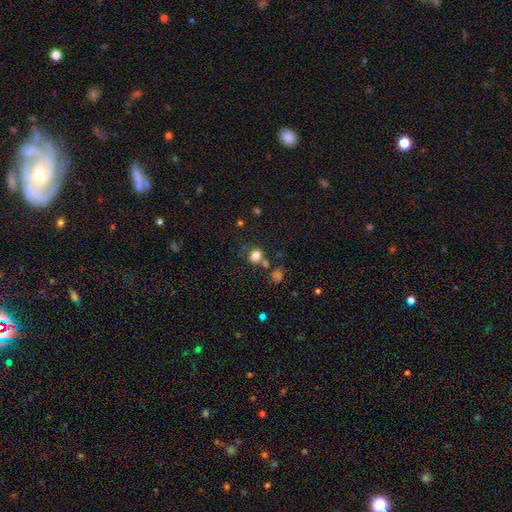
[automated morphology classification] Smooth or featured? Predicted: smooth (p=0.79). How rounded? Predicted: round (p=0.74). Merging? Predicted: none (p=0.68).